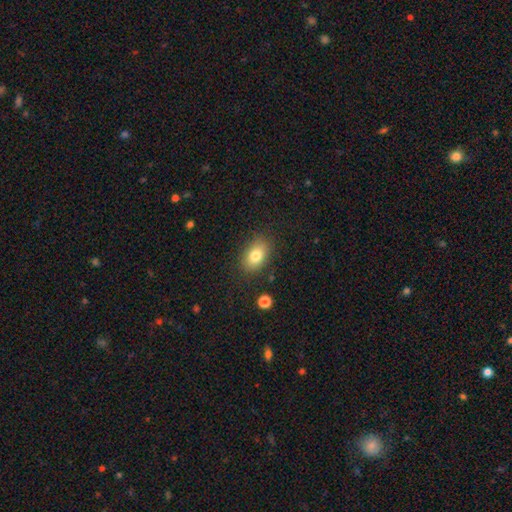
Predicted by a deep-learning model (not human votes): smooth-or-featured: smooth: 80% | featured or disk: 11% | star or artifact: 9%
  how-rounded: in between: 84% | round: 15% | cigar-shaped: 2%
  merging: none: 84% | minor disturbance: 11% | major disturbance: 3% | merger: 2%